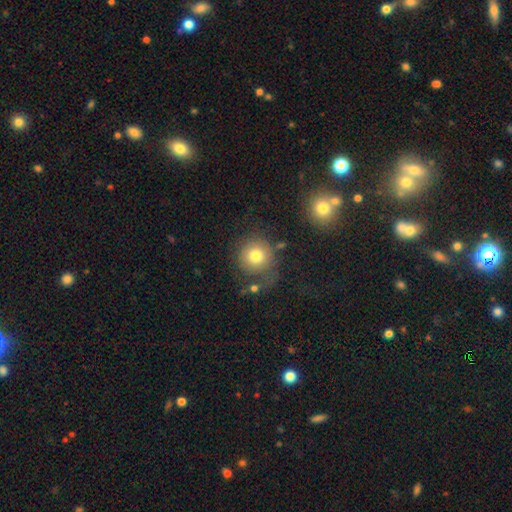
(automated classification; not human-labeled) smooth-or-featured: smooth: 76% | featured or disk: 14% | star or artifact: 11%
  how-rounded: round: 92% | in between: 7% | cigar-shaped: 1%
  merging: none: 61% | minor disturbance: 17% | major disturbance: 15% | merger: 8%